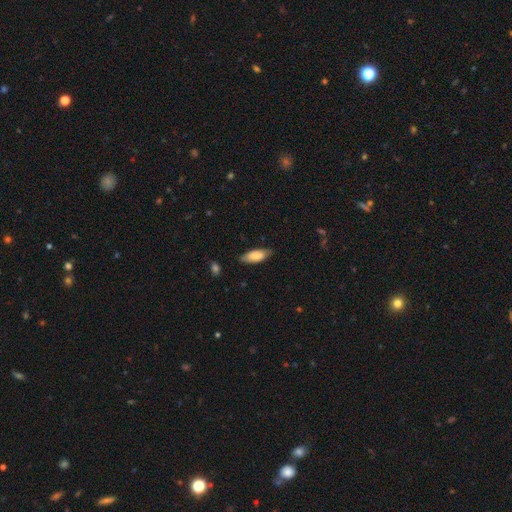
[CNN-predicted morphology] smooth 81%, featured or disk 13%, star or artifact 6%. Down the decision tree: how rounded — in between (79%); merging — none (80%).